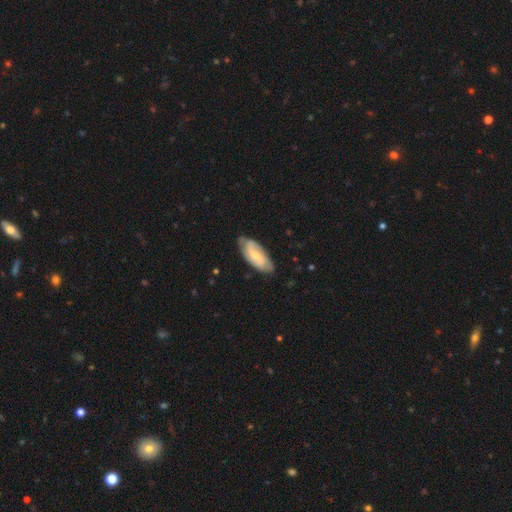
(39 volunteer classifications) Smooth or featured: featured or disk — 82% (smooth — 15%)
Edge-on disk: no — 94% (yes — 6%)
Bar: no — 43% (weak — 40%)
Spiral arms: yes — 93% (no — 7%)
Spiral winding: medium — 39% (tied with loose — 39%)
Spiral arm count: 2 — 82% (can't tell — 14%)
Bulge size: small — 60% (moderate — 33%)
Merging: none — 63% (minor disturbance — 34%)